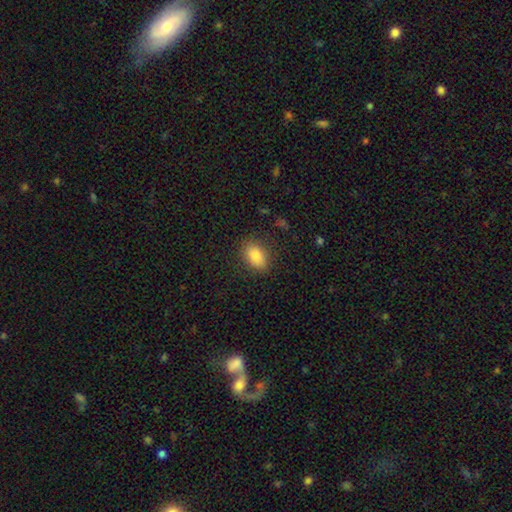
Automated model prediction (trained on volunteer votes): smooth-or-featured: smooth: 87% | star or artifact: 8% | featured or disk: 5%
  how-rounded: in between: 88% | round: 9% | cigar-shaped: 2%
  merging: none: 83% | minor disturbance: 12% | major disturbance: 4% | merger: 1%